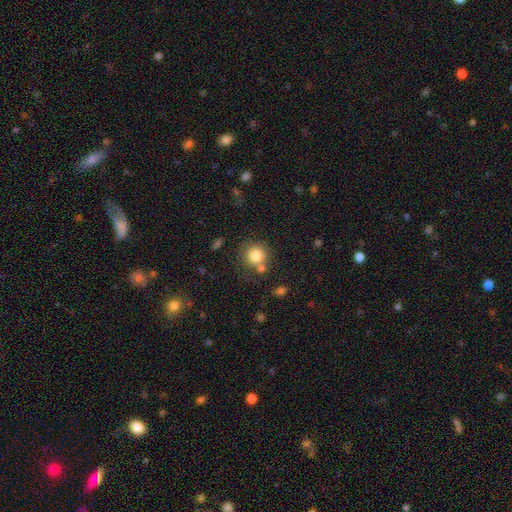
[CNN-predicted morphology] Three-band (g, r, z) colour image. It shows a smooth galaxy with no disk features (82%) that is round (90%). Merging: none (67%).